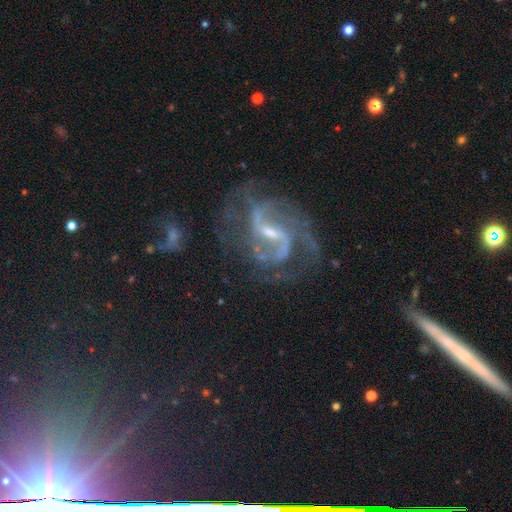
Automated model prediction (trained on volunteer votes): A featured or disk galaxy (83%) with a weak bar (42%), 2 (72%) medium (49%) spiral arms (97%) and a small central bulge (59%). Merging: none (72%).